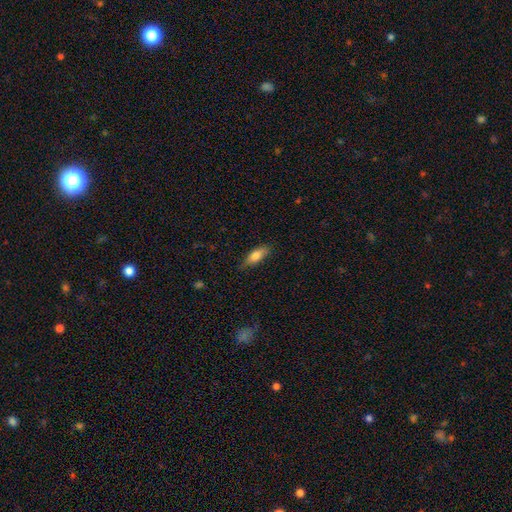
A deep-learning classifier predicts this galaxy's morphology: type=smooth (79%); roundness=in between (69%); merging=none (82%).